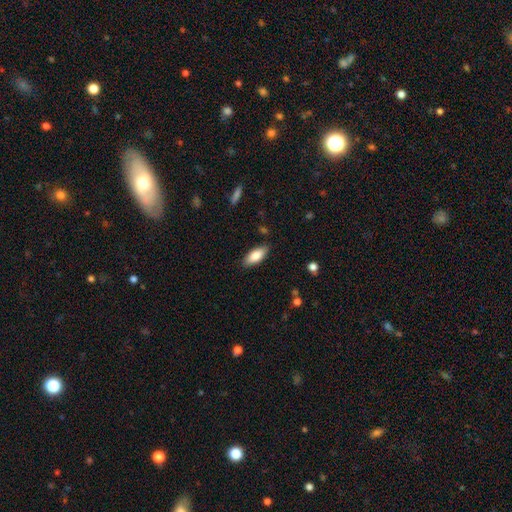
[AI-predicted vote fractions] The model was most divided on "how rounded": in between: 83%, cigar-shaped: 15%, round: 2%. More confident: merging — none (86%); smooth or featured — smooth (83%).